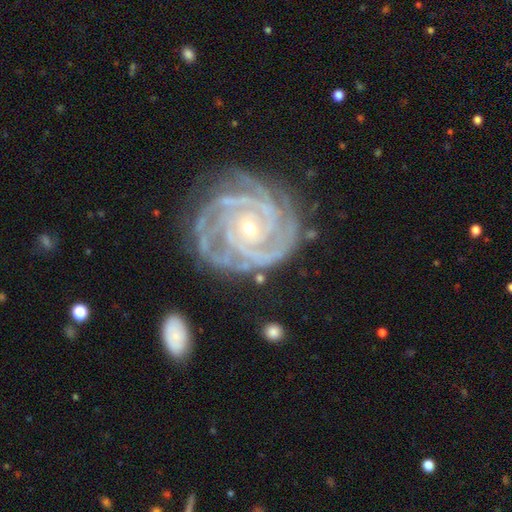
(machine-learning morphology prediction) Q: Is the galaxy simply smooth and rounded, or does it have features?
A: featured or disk — 82%.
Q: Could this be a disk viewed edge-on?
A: no — 97%.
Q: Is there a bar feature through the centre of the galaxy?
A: no — 61%.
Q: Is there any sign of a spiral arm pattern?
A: yes — 96%.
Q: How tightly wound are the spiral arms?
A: tight — 86%.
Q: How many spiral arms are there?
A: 2 — 28%.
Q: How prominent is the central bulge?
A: small — 61%.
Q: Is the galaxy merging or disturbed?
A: none — 79%.